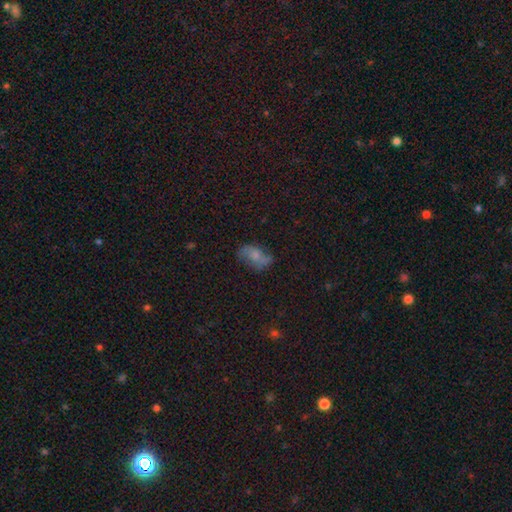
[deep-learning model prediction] Smooth or featured? Predicted: smooth (p=0.46). Merging? Predicted: none (p=0.59).